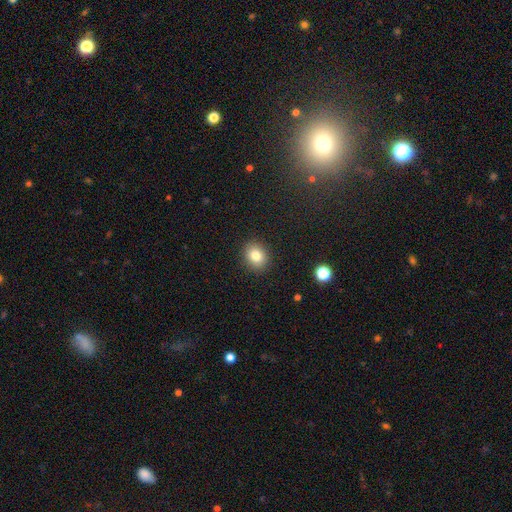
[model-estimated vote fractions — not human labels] This appears to be a smooth galaxy with no disk features (81%) that is round (60%). Merging: none (89%).